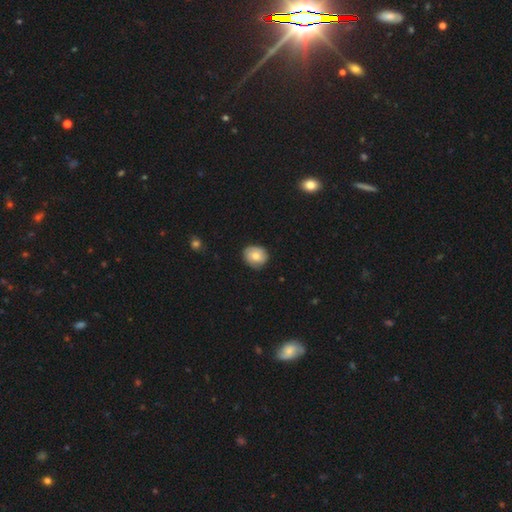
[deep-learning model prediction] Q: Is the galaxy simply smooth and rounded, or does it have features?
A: smooth — 69%.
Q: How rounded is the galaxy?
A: round — 68%.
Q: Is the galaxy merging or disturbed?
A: none — 80%.